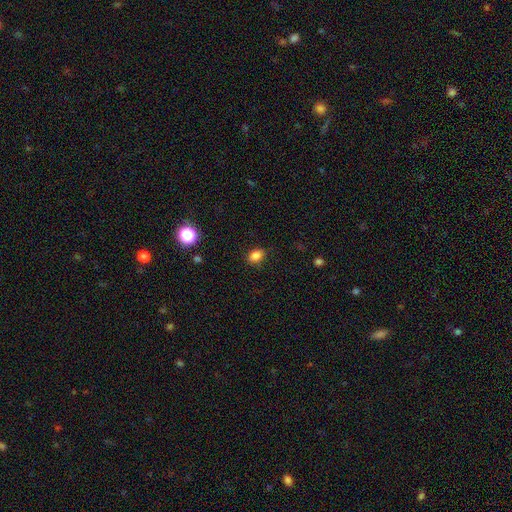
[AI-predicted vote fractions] Q: Smooth or featured?
A: smooth (84%); runner-up: star or artifact (11%)
Q: How rounded?
A: in between (72%); runner-up: round (27%)
Q: Merging?
A: none (83%); runner-up: minor disturbance (13%)